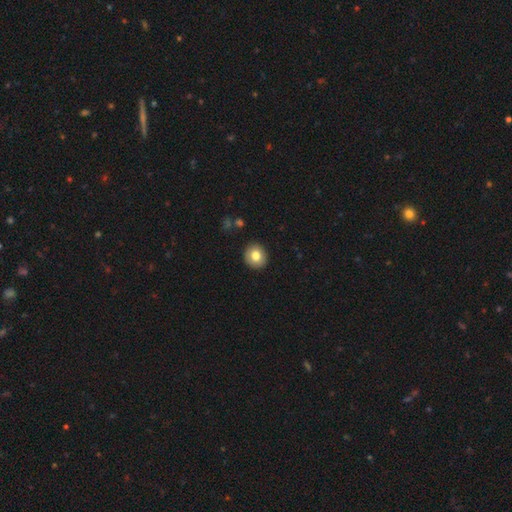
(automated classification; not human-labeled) Q: Smooth or featured?
A: smooth (80%); runner-up: featured or disk (12%)
Q: How rounded?
A: round (82%); runner-up: in between (17%)
Q: Merging?
A: none (91%); runner-up: minor disturbance (6%)